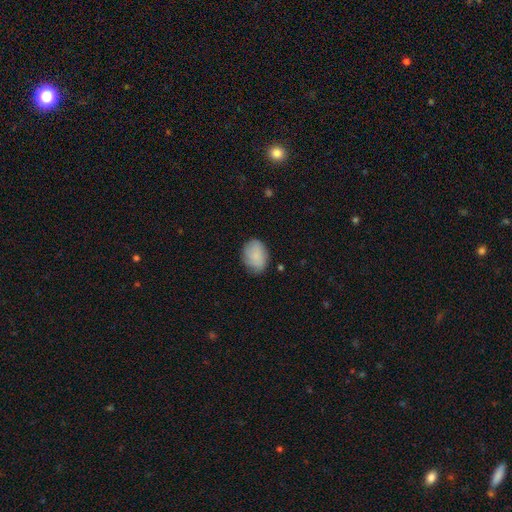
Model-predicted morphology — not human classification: smooth_or_featured: smooth (p=0.80) [alt: featured or disk p=0.13]
how_rounded: in between (p=0.70) [alt: round p=0.29]
merging: none (p=0.71) [alt: minor disturbance p=0.22]